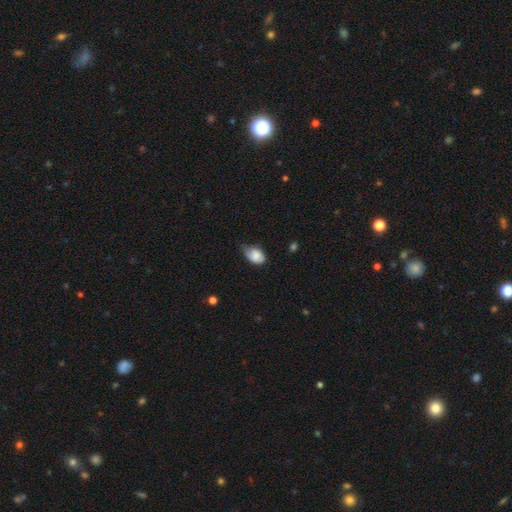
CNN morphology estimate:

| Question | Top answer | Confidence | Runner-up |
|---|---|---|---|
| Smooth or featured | smooth | 82% | featured or disk (11%) |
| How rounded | in between | 85% | round (13%) |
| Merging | minor disturbance | 49% | none (37%) |